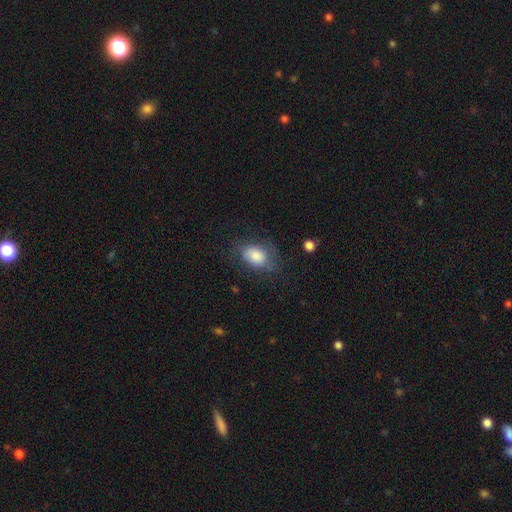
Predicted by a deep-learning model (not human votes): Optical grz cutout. It shows a smooth galaxy with no disk features (79%) that is in between round and cigar-shaped (80%). Merging: none (59%).